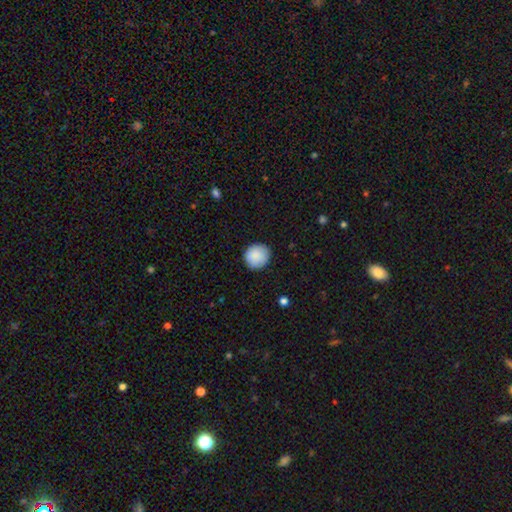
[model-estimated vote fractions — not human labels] Smooth or featured?
  - smooth: 89% *
  - star or artifact: 7%
  - featured or disk: 4%
How rounded?
  - round: 91% *
  - in between: 8%
  - cigar-shaped: 1%
Merging?
  - none: 89% *
  - minor disturbance: 9%
  - major disturbance: 2%
  - merger: 1%